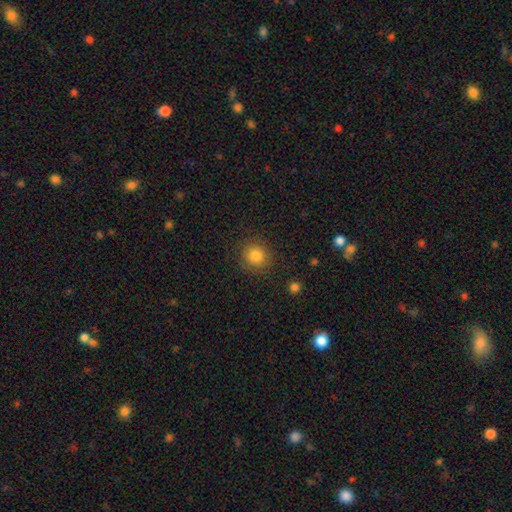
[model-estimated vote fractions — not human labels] Smooth or featured? Predicted: smooth (p=0.84). How rounded? Predicted: round (p=0.91). Merging? Predicted: none (p=0.88).